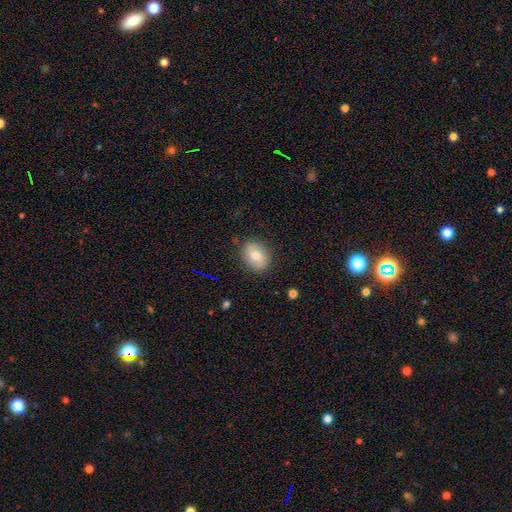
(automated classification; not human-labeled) Smooth or featured? Predicted: smooth (p=0.76). How rounded? Predicted: in between (p=0.61). Merging? Predicted: none (p=0.85).